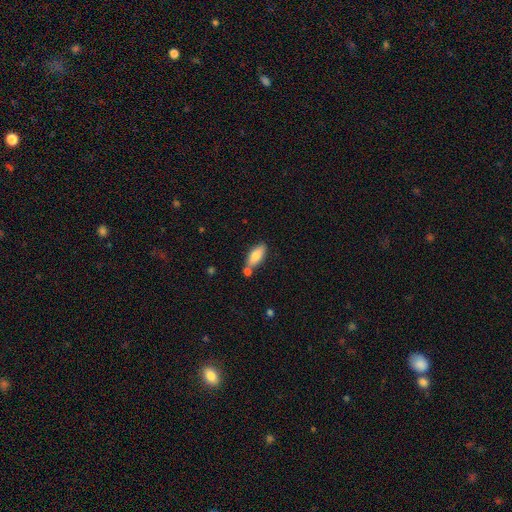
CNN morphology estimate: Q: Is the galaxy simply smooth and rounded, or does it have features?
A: smooth — 78%.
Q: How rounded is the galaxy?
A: in between — 76%.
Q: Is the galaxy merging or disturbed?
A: none — 64%.